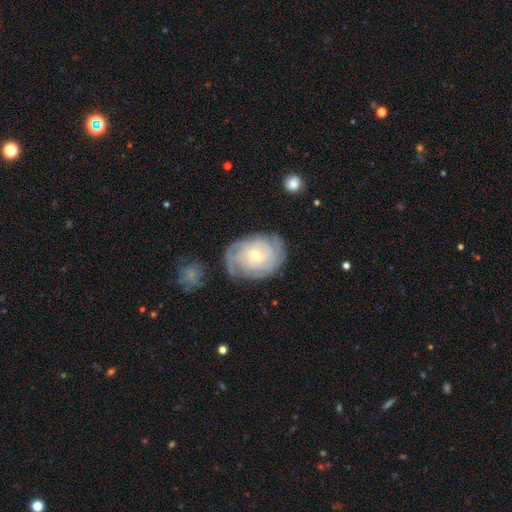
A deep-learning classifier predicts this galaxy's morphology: Overall: featured or disk (77%). Edge-on disk: no (97%). Bar: no (65%; weak 29%). Spiral arms: yes (90%). Spiral arm count: can't tell (48%; 2 17%). Spiral winding: tight (76%). Bulge size: small (57%; moderate 40%). Merging: none (72%).